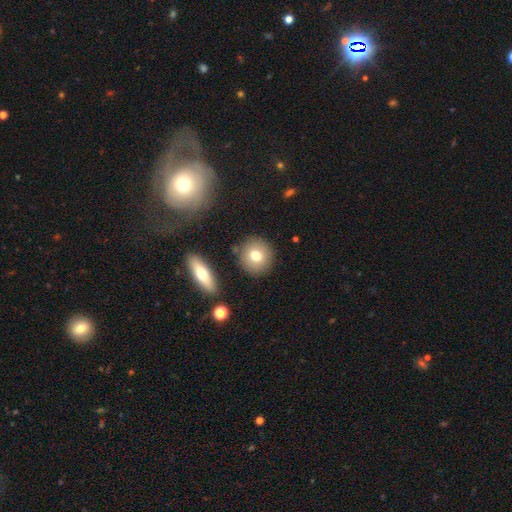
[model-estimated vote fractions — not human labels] Morphology: type=smooth (75%); roundness=round (89%); merging=none (85%).